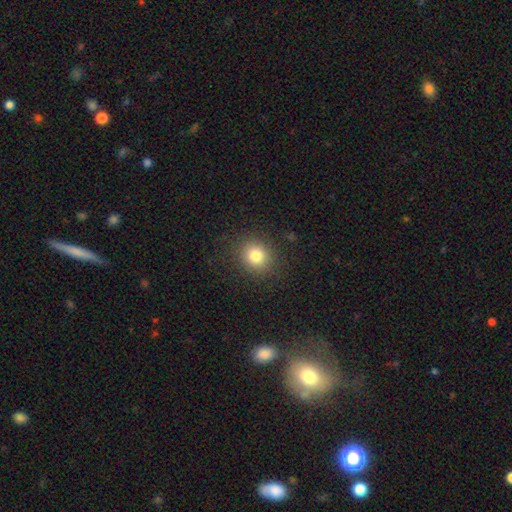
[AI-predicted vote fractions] A smooth galaxy with no disk features (81%) that is round (82%).

Vote fractions:
- Smooth or featured? smooth: 81% / star or artifact: 13% / featured or disk: 7%
- How rounded? round: 82% / in between: 17% / cigar-shaped: 1%
- Merging? none: 88% / minor disturbance: 8% / major disturbance: 3% / merger: 1%